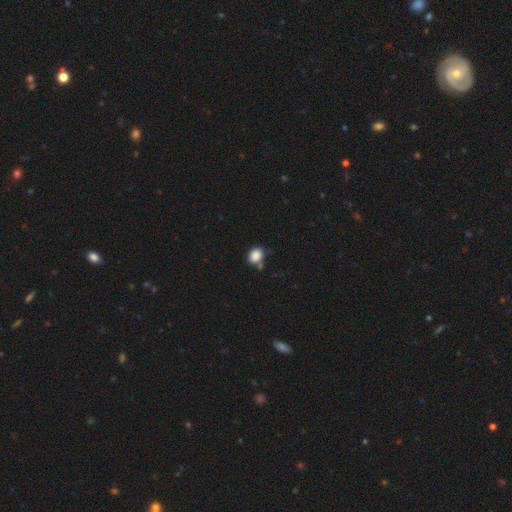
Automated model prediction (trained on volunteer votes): A smooth galaxy with no disk features (86%) that is round (57%).

Vote fractions:
- Smooth or featured? smooth: 86% / star or artifact: 10% / featured or disk: 4%
- How rounded? round: 57% / in between: 42% / cigar-shaped: 1%
- Merging? none: 66% / minor disturbance: 17% / merger: 13% / major disturbance: 4%